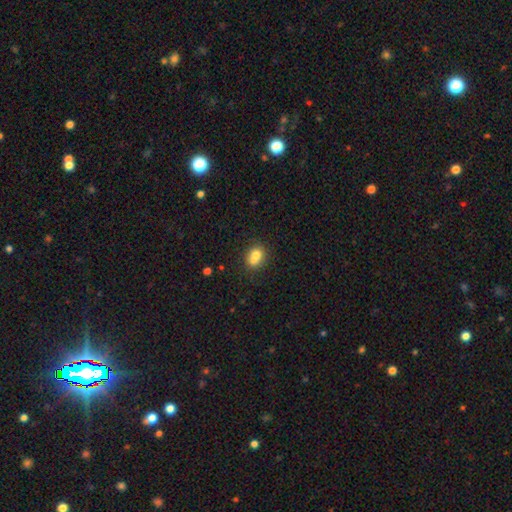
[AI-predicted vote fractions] This is likely a smooth galaxy (72%). How rounded: possibly round (54%). Merging: possibly merger (47%).